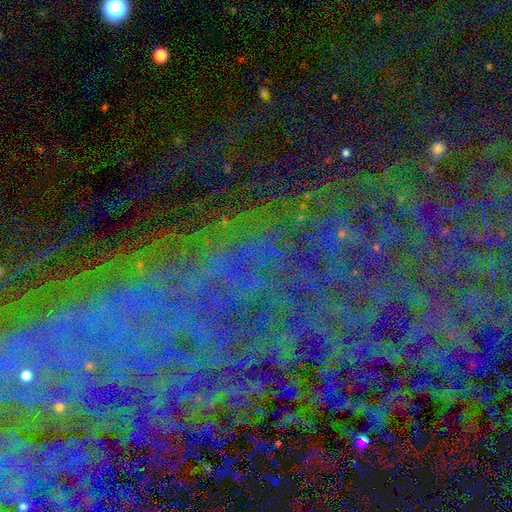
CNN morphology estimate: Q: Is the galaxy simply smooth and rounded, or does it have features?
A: star or artifact — 79%.